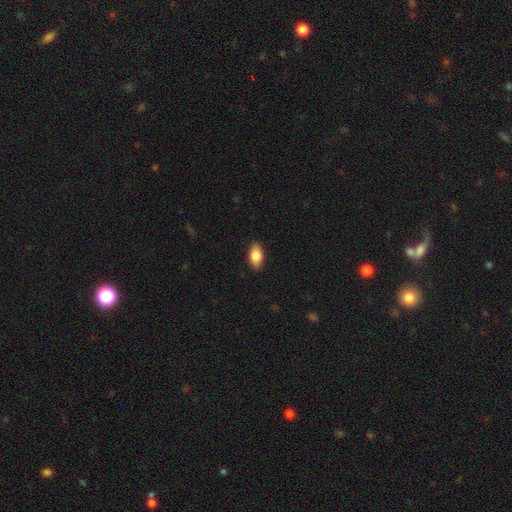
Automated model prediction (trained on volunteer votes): Smooth or featured: smooth — 85% (featured or disk — 8%)
How rounded: in between — 92% (cigar-shaped — 4%)
Merging: none — 89% (minor disturbance — 8%)